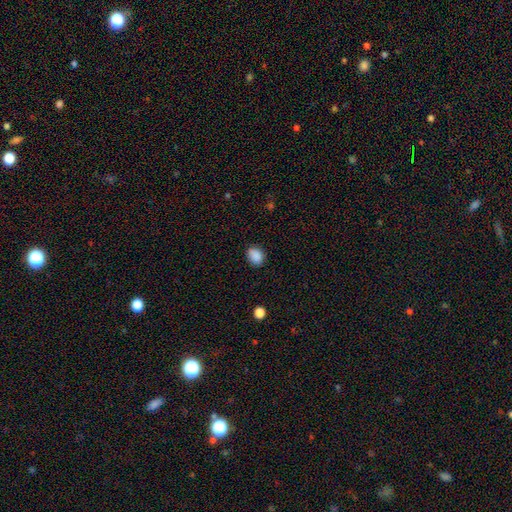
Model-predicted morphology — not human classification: This appears to be a smooth galaxy with no disk features (88%) that is in between round and cigar-shaped (65%). Merging: none (84%).